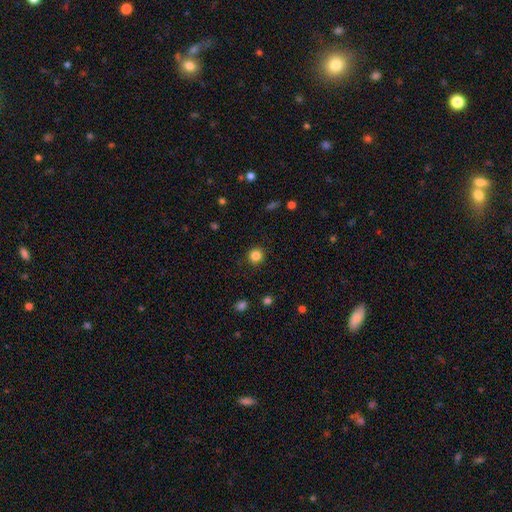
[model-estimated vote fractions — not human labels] smooth_or_featured: smooth (p=0.84) [alt: star or artifact p=0.12]
how_rounded: round (p=0.93) [alt: in between p=0.06]
merging: none (p=0.91) [alt: minor disturbance p=0.06]